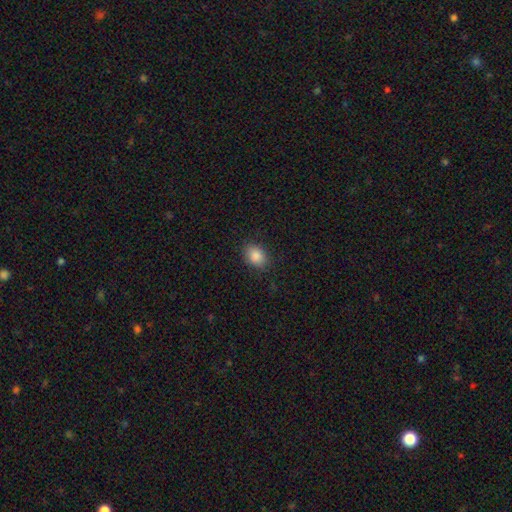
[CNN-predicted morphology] The model was most divided on "how rounded": in between: 68%, round: 31%, cigar-shaped: 1%. More confident: smooth or featured — smooth (87%); merging — none (85%).